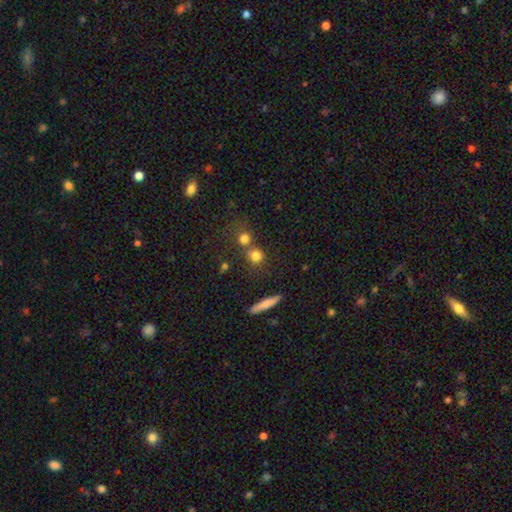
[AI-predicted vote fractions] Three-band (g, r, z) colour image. It shows a smooth galaxy with no disk features (77%) that is round (82%). Merging: none (59%).